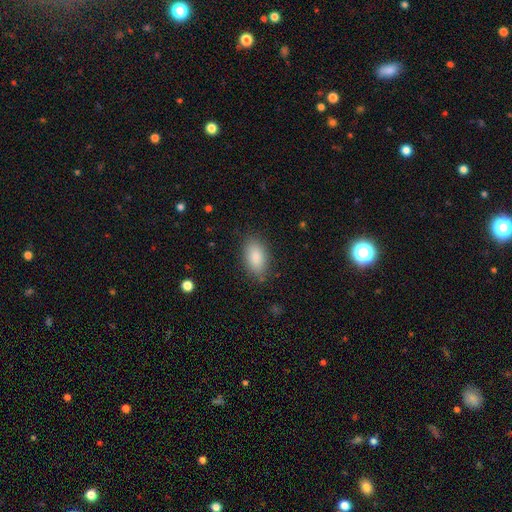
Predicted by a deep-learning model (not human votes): smooth_or_featured: smooth (p=0.85) [alt: star or artifact p=0.08]
how_rounded: in between (p=0.92) [alt: round p=0.04]
merging: none (p=0.85) [alt: minor disturbance p=0.11]